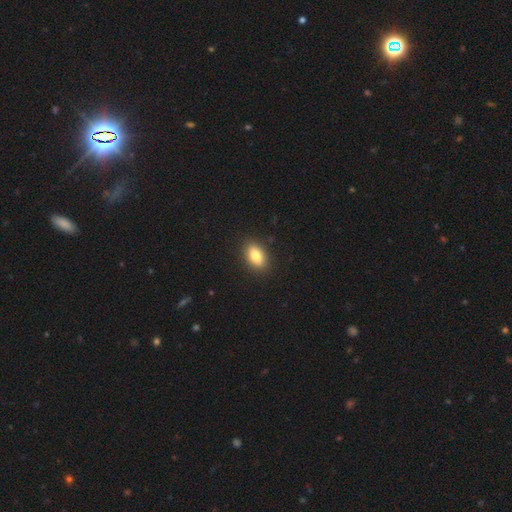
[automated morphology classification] type=smooth (82%); roundness=in between (87%); merging=none (88%).